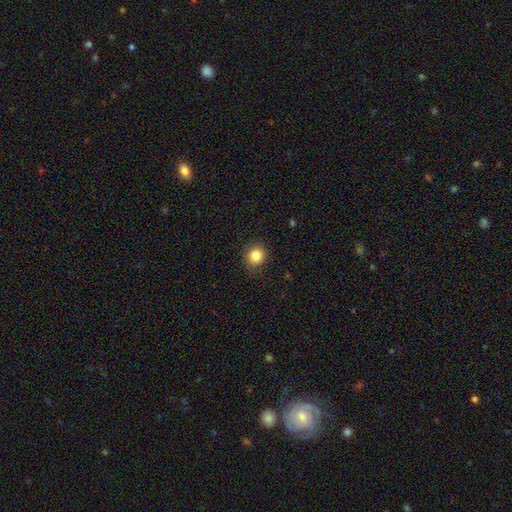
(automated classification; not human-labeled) A smooth galaxy with no disk features (85%) that is round (89%).

Vote fractions:
- Smooth or featured? smooth: 85% / star or artifact: 10% / featured or disk: 4%
- How rounded? round: 89% / in between: 10% / cigar-shaped: 1%
- Merging? none: 88% / minor disturbance: 9% / major disturbance: 2% / merger: 1%